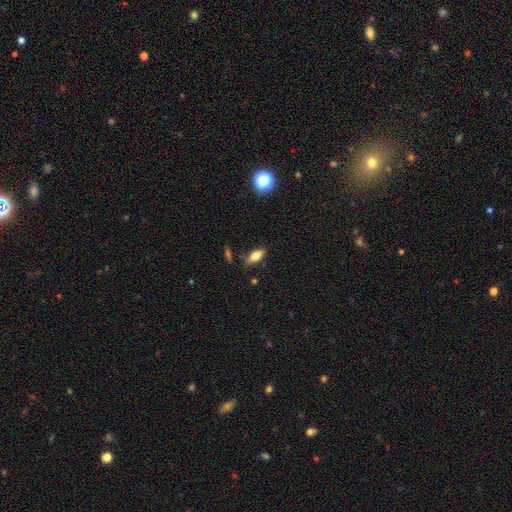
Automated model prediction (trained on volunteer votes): Morphology: type=smooth (74%); roundness=in between (79%); merging=none (81%).